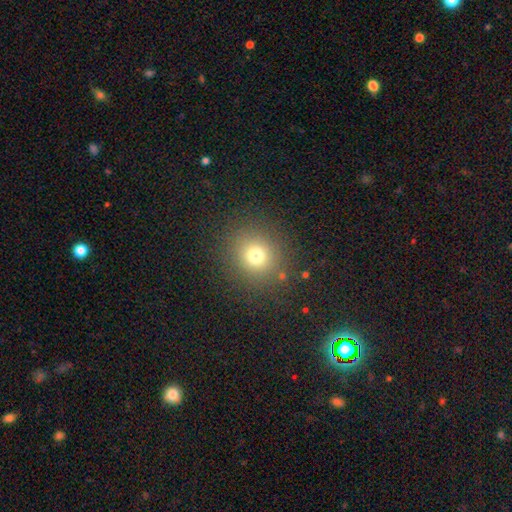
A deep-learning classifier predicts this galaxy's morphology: smooth-or-featured: smooth: 72% | star or artifact: 18% | featured or disk: 9%
  how-rounded: round: 88% | in between: 12% | cigar-shaped: 1%
  merging: none: 87% | minor disturbance: 7% | major disturbance: 4% | merger: 2%